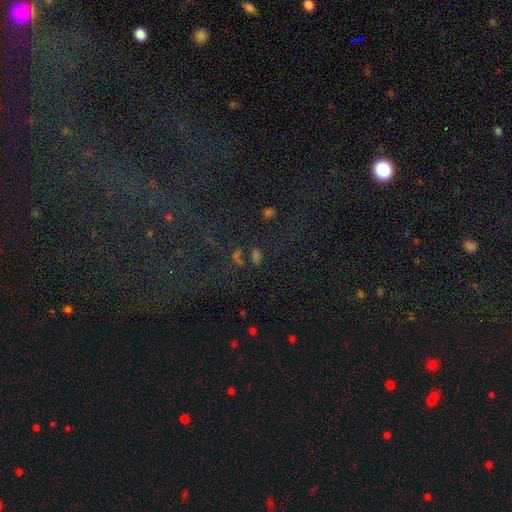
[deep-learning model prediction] smooth_or_featured: star or artifact (p=0.59) [alt: smooth p=0.30]